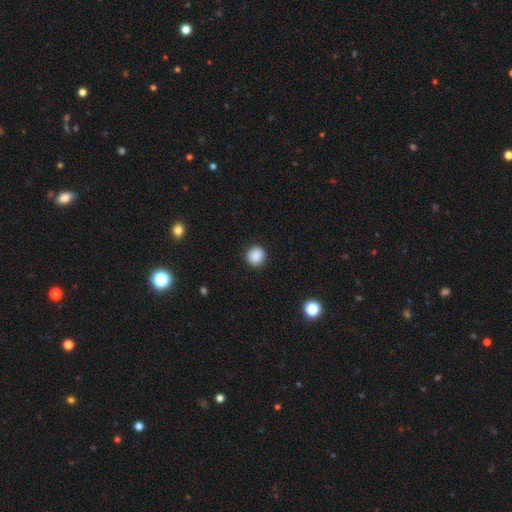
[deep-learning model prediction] A smooth galaxy with no disk features (88%) that is round (94%).

Vote fractions:
- Smooth or featured? smooth: 88% / star or artifact: 9% / featured or disk: 3%
- How rounded? round: 94% / in between: 5% / cigar-shaped: 1%
- Merging? none: 92% / minor disturbance: 5% / major disturbance: 2% / merger: 1%